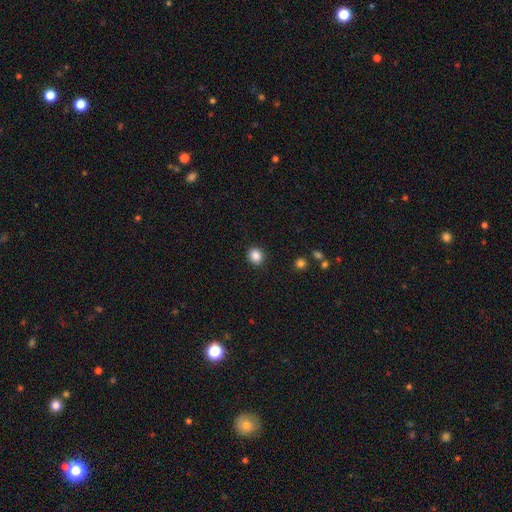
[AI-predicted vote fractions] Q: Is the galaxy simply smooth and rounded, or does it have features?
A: smooth — 87%.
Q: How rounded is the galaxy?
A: round — 73%.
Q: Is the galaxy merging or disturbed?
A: none — 90%.